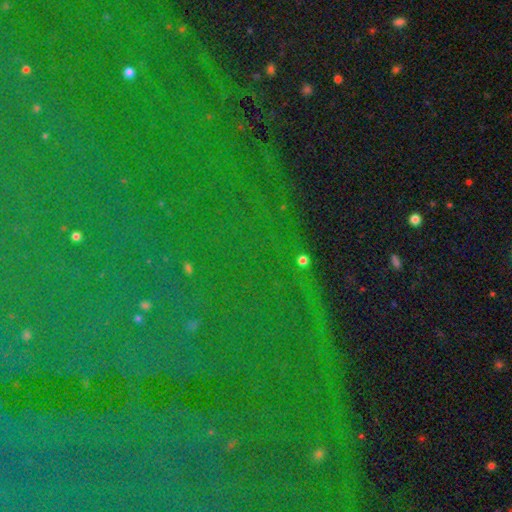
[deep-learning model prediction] Smooth or featured? Predicted: star or artifact (p=0.86).